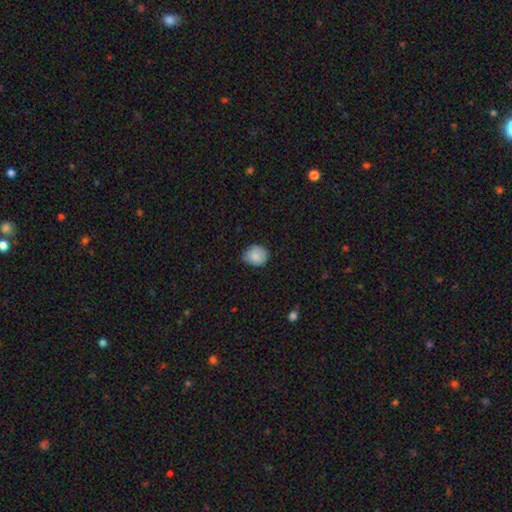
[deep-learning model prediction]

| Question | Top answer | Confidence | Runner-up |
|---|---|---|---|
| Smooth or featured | smooth | 86% | star or artifact (8%) |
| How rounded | round | 67% | in between (33%) |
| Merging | none | 68% | minor disturbance (27%) |